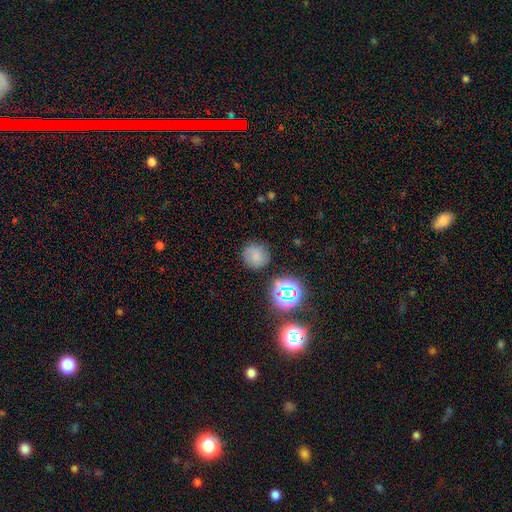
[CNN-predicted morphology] A smooth galaxy with no disk features (72%) that is round (92%).

Vote fractions:
- Smooth or featured? smooth: 72% / star or artifact: 18% / featured or disk: 9%
- How rounded? round: 92% / in between: 7% / cigar-shaped: 1%
- Merging? none: 83% / minor disturbance: 10% / major disturbance: 3% / merger: 3%